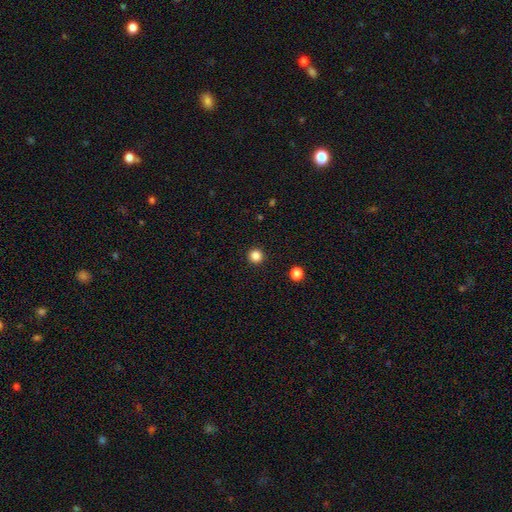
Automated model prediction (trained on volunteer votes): A smooth galaxy with no disk features (84%) that is round (96%). Merging: none (93%).